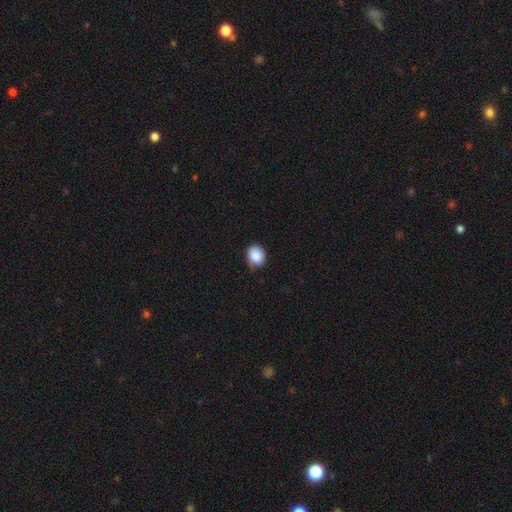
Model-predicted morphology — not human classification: Smooth or featured: smooth — 88% (star or artifact — 8%)
How rounded: round — 59% (in between — 40%)
Merging: none — 71% (minor disturbance — 25%)